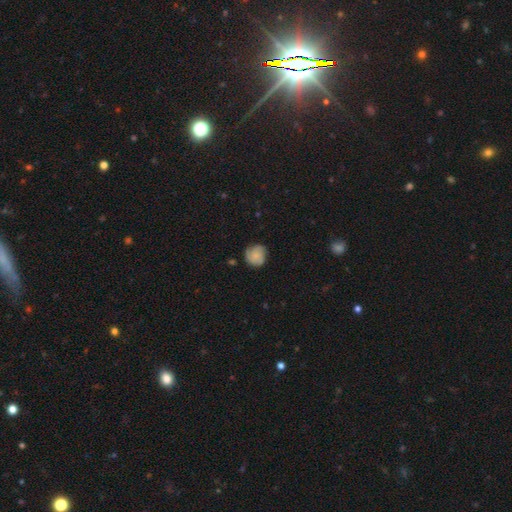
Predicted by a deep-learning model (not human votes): Overall: smooth (71%). How rounded: round (86%). Merging: none (71%).